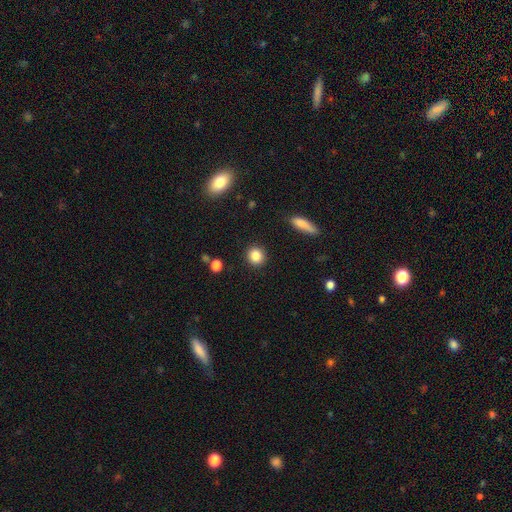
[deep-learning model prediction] Smooth or featured? Predicted: smooth (p=0.85). How rounded? Predicted: round (p=0.85). Merging? Predicted: none (p=0.91).